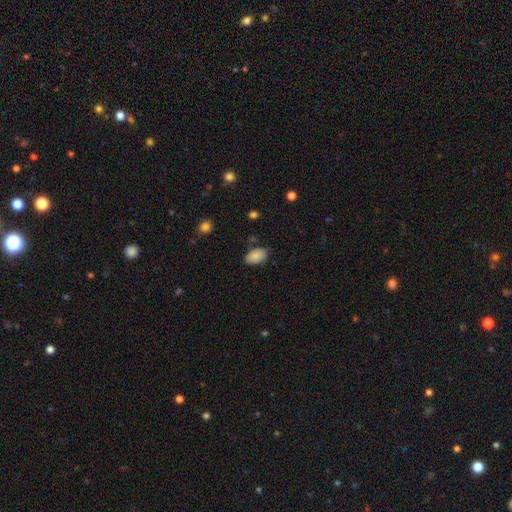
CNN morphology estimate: Smooth or featured?
  - smooth: 87% *
  - star or artifact: 8%
  - featured or disk: 5%
How rounded?
  - in between: 92% *
  - round: 6%
  - cigar-shaped: 1%
Merging?
  - none: 80% *
  - minor disturbance: 14%
  - major disturbance: 3%
  - merger: 2%